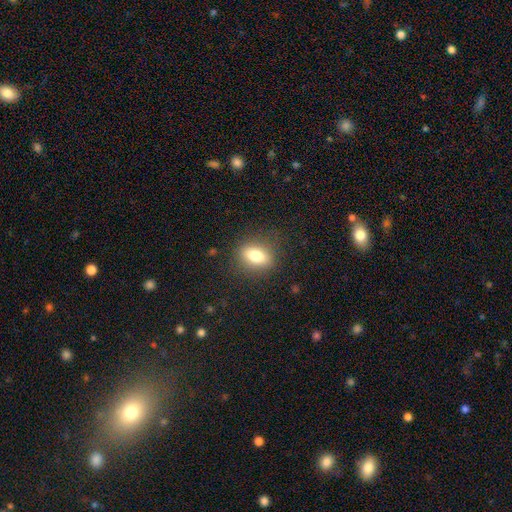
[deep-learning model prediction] A smooth galaxy with no disk features (77%) that is in between round and cigar-shaped (69%). Merging: none (85%).